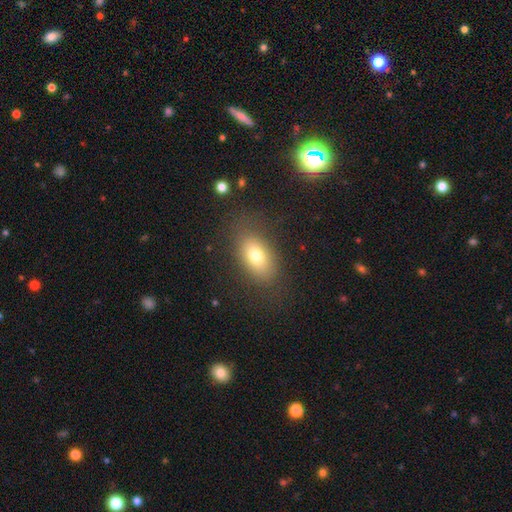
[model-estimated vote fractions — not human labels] Smooth or featured? smooth (75%)
How rounded? in between (86%)
Merging? none (78%)